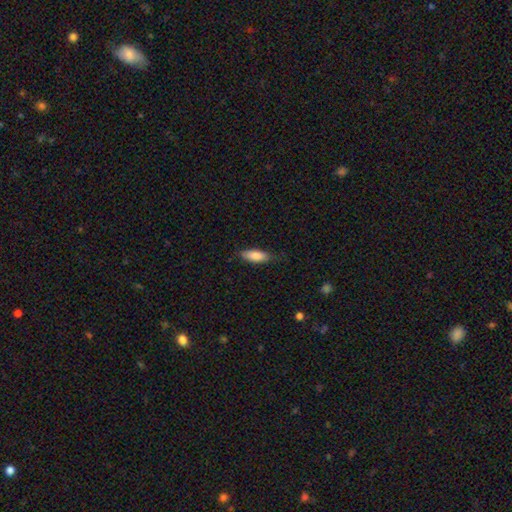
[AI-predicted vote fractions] smooth-or-featured: smooth: 84% | featured or disk: 10% | star or artifact: 6%
  how-rounded: in between: 67% | cigar-shaped: 31% | round: 2%
  merging: none: 76% | minor disturbance: 19% | major disturbance: 3% | merger: 1%